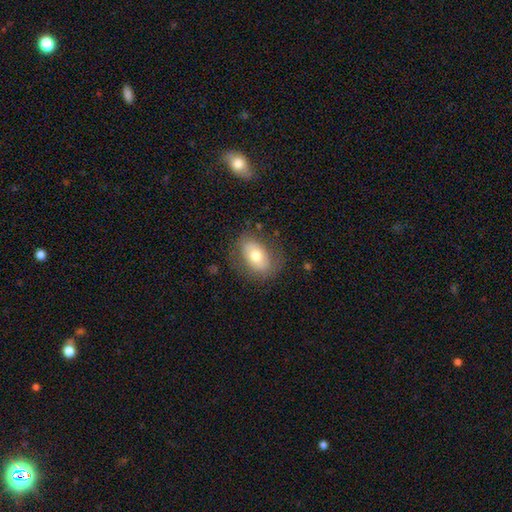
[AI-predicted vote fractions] Smooth or featured? Predicted: smooth (p=0.67). How rounded? Predicted: in between (p=0.87). Merging? Predicted: none (p=0.74).